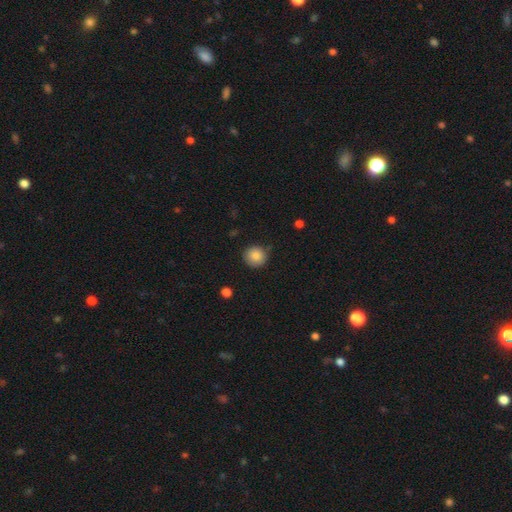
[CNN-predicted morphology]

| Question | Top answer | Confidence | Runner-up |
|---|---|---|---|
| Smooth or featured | smooth | 85% | star or artifact (9%) |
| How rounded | round | 93% | in between (6%) |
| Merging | none | 85% | minor disturbance (11%) |